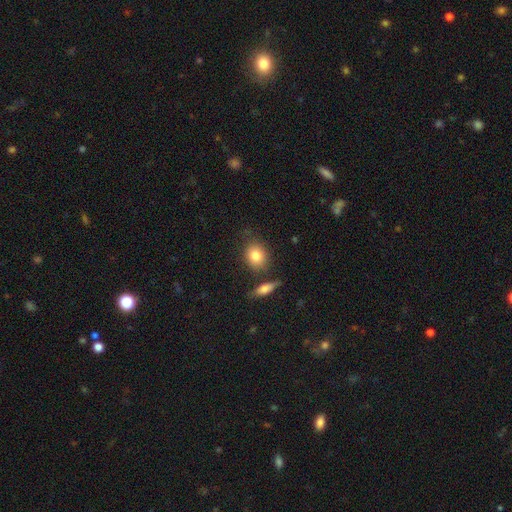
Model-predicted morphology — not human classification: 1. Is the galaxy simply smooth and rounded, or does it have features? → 82% smooth, 10% featured or disk, 8% star or artifact.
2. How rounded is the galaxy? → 61% round, 37% in between, 2% cigar-shaped.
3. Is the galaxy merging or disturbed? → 72% none, 14% minor disturbance, 10% merger, 4% major disturbance.